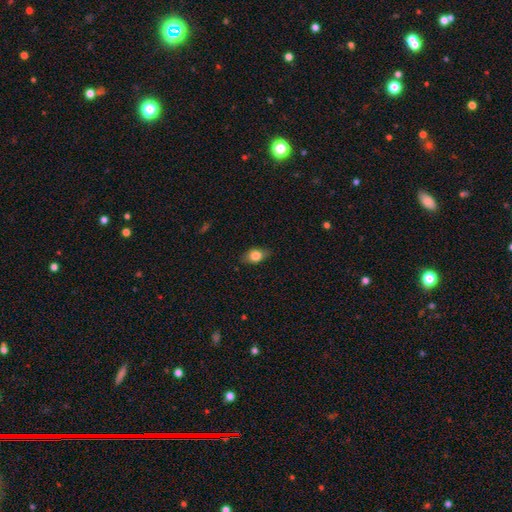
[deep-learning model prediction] The model was most divided on "how rounded": in between: 76%, round: 20%, cigar-shaped: 4%. More confident: smooth or featured — smooth (78%); merging — none (77%).